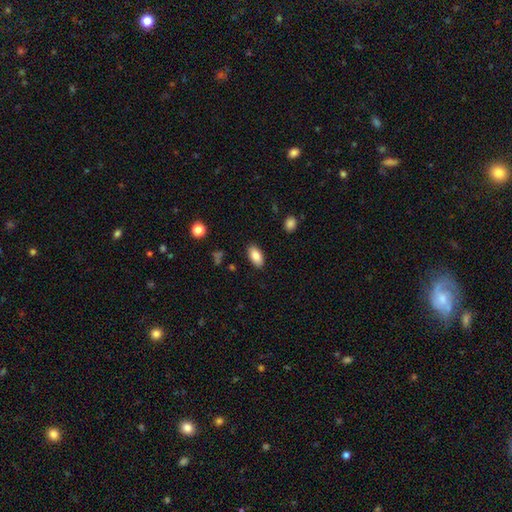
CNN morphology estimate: Overall: smooth (84%). How rounded: in between (93%). Merging: none (88%).